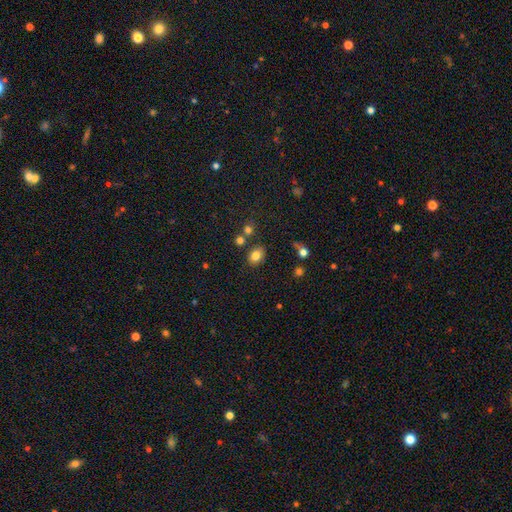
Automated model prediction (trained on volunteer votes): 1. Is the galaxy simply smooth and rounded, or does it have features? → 81% smooth, 11% star or artifact, 7% featured or disk.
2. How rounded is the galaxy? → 65% in between, 34% round, 1% cigar-shaped.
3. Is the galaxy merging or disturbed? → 76% none, 12% minor disturbance, 8% merger, 4% major disturbance.